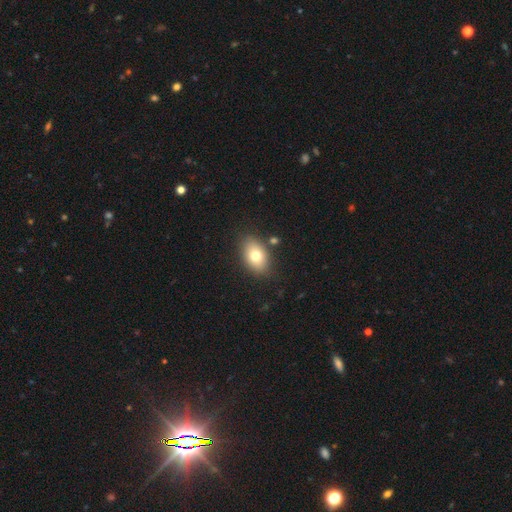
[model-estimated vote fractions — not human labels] Q: Smooth or featured?
A: smooth (76%); runner-up: featured or disk (15%)
Q: How rounded?
A: in between (85%); runner-up: round (13%)
Q: Merging?
A: none (82%); runner-up: minor disturbance (11%)